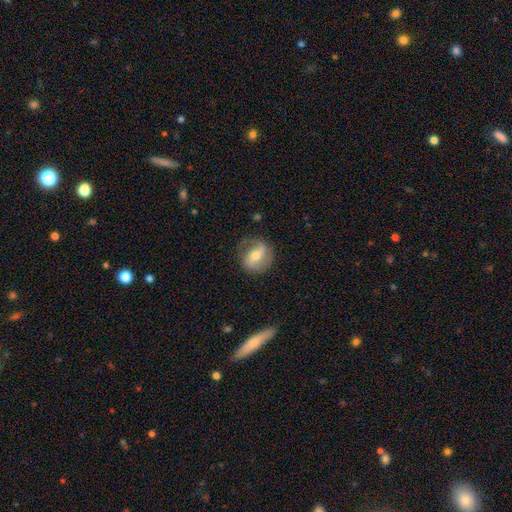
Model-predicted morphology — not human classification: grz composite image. It shows a featured or disk galaxy (57%) with a weak bar (38%), spiral arms (76%) and a moderate central bulge (62%). Merging: none (73%).